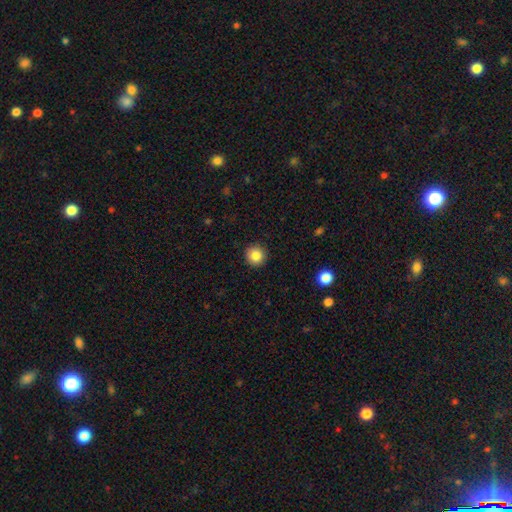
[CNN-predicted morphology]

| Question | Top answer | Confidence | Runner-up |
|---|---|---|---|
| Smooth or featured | smooth | 85% | star or artifact (10%) |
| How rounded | round | 94% | in between (5%) |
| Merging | none | 92% | minor disturbance (5%) |